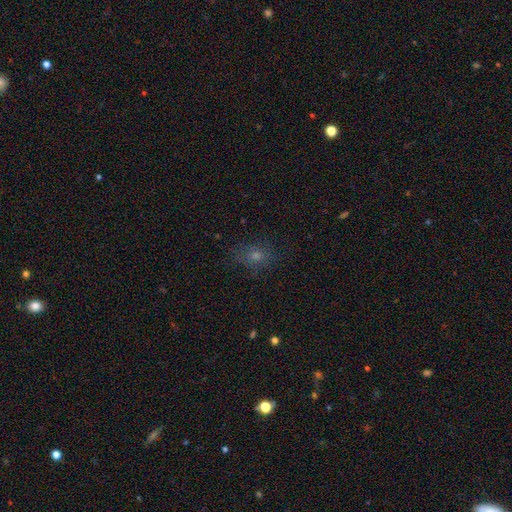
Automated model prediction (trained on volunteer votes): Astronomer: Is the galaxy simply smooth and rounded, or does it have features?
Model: smooth — 66%.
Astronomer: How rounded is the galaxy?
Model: in between — 55% (runner-up: round, 43%).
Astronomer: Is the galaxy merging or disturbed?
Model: none — 74%.